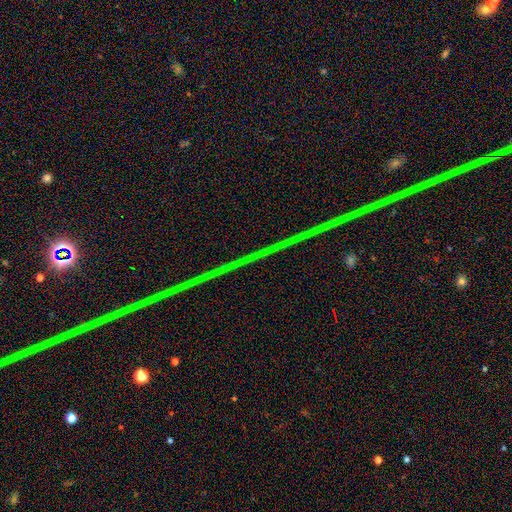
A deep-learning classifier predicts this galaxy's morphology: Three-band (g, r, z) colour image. It shows a star or artifact, not a galaxy (88%).